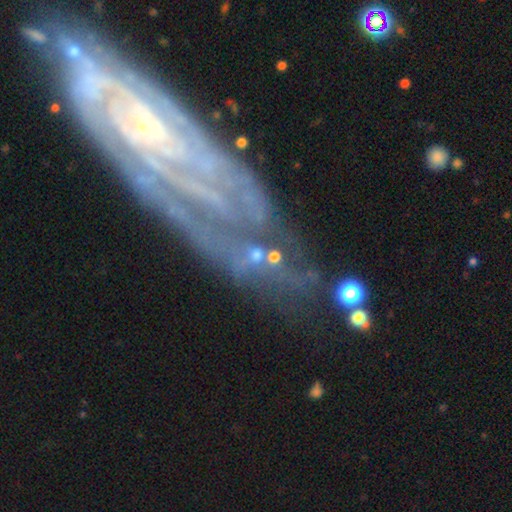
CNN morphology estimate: A featured or disk galaxy (47%). Merging: none (43%).